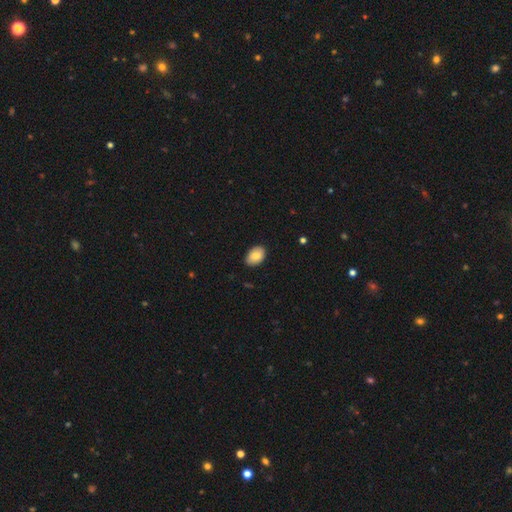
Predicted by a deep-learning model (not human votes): Smooth or featured? smooth (80%)
How rounded? in between (86%)
Merging? none (86%)